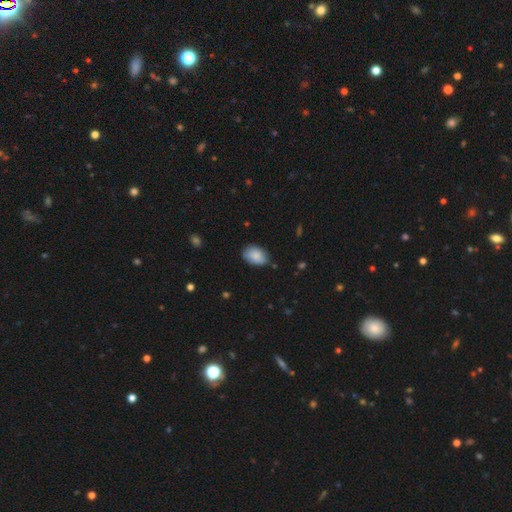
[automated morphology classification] This appears to be a smooth galaxy with no disk features (87%) that is in between round and cigar-shaped (85%). Merging: none (76%).